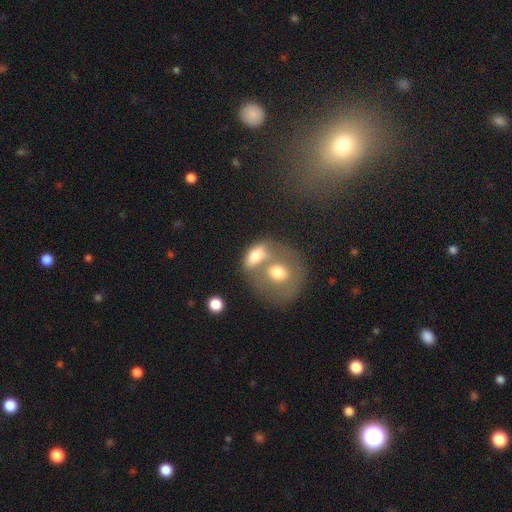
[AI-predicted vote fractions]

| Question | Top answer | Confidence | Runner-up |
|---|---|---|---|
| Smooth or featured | smooth | 64% | featured or disk (28%) |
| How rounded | in between | 64% | round (32%) |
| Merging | merger | 53% | none (30%) |